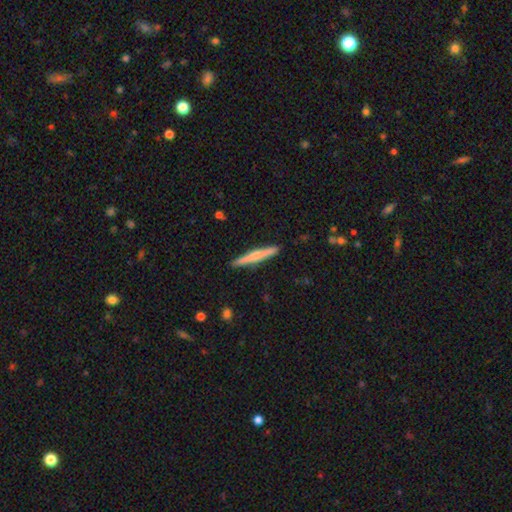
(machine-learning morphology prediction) This is possibly a smooth galaxy (49%). Merging: clearly none (91%).